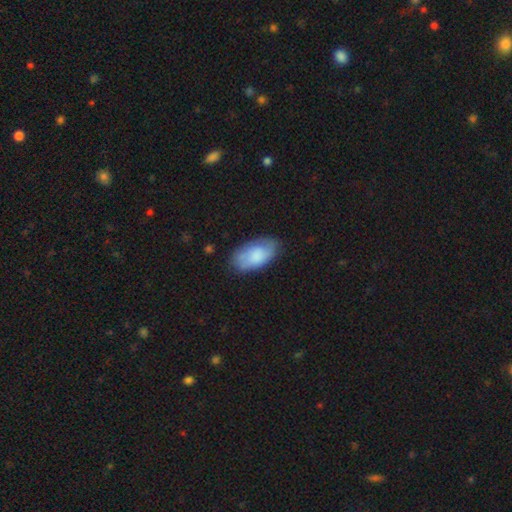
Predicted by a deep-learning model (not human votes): Overall: smooth (74%). How rounded: in between (95%). Merging: none (71%).